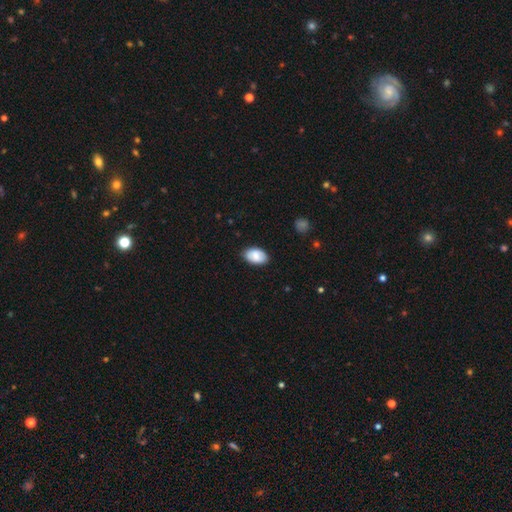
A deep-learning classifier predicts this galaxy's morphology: Overall: smooth (80%). How rounded: in between (93%). Merging: none (84%).